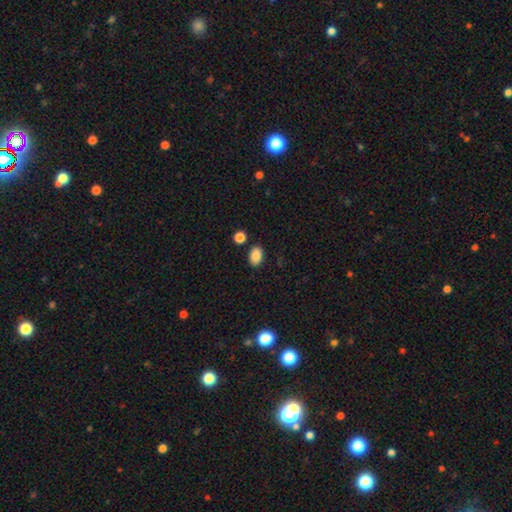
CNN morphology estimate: Overall: smooth (87%). How rounded: in between (85%). Merging: none (84%).